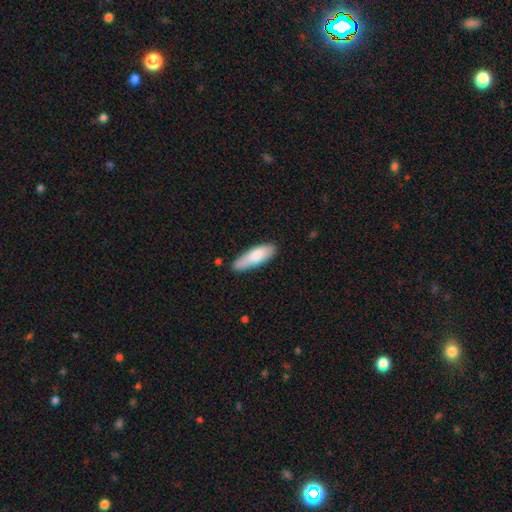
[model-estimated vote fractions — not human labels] This is clearly a smooth galaxy (83%). How rounded: possibly in between (50%). Merging: likely none (74%).